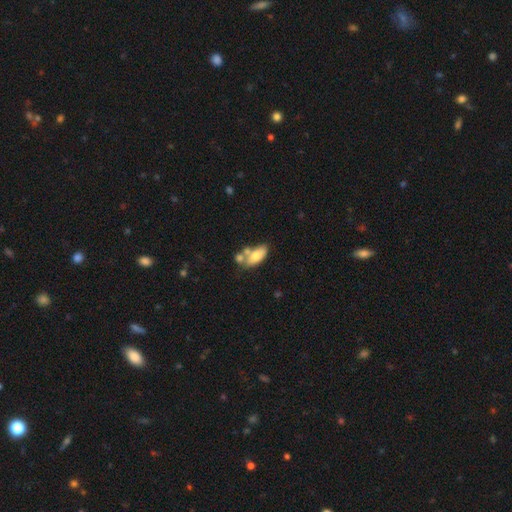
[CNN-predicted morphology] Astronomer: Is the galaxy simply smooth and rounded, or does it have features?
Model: smooth — 68%.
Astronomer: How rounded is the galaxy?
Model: in between — 87%.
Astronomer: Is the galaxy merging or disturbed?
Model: none — 40% (runner-up: merger, 38%).